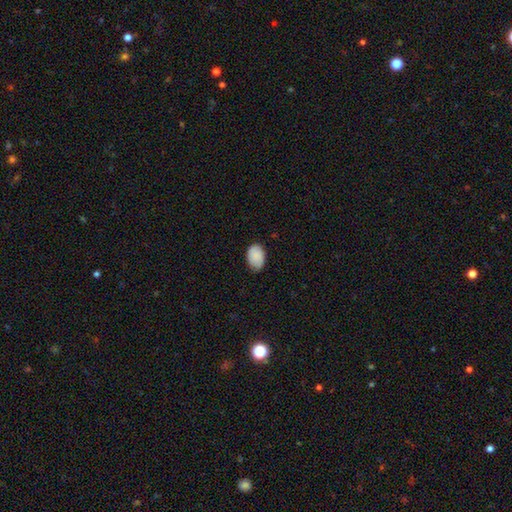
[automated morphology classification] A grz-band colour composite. It shows a smooth galaxy with no disk features (87%) that is in between round and cigar-shaped (83%). Merging: none (76%).